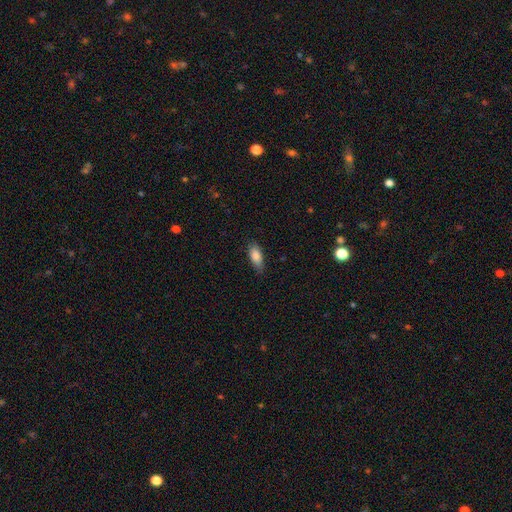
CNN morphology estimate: Smooth or featured?
  - smooth: 84% *
  - featured or disk: 9%
  - star or artifact: 7%
How rounded?
  - in between: 81% *
  - cigar-shaped: 16%
  - round: 3%
Merging?
  - none: 78% *
  - minor disturbance: 18%
  - major disturbance: 3%
  - merger: 1%